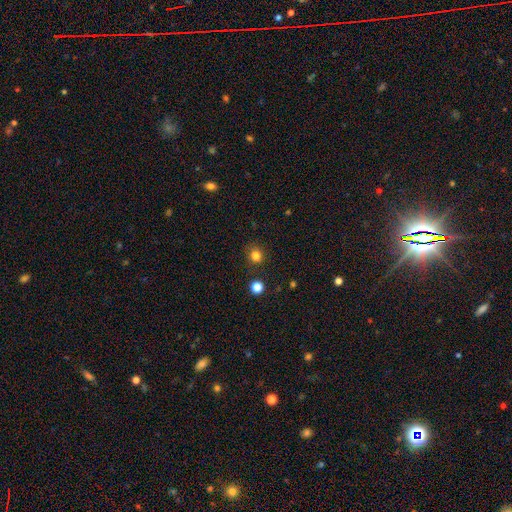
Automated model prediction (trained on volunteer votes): Morphology: type=smooth (81%); roundness=round (89%); merging=none (86%).